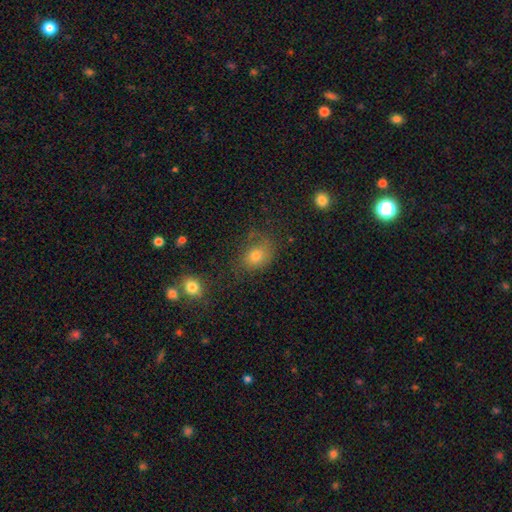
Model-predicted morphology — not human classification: Q: Smooth or featured?
A: smooth (73%); runner-up: star or artifact (14%)
Q: How rounded?
A: in between (59%); runner-up: round (40%)
Q: Merging?
A: none (58%); runner-up: minor disturbance (24%)